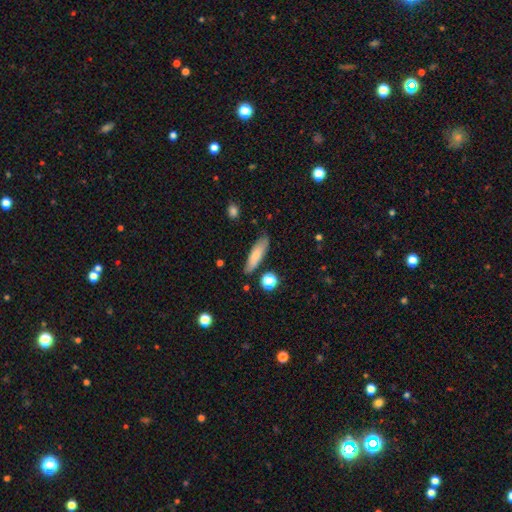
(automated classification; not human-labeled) smooth-or-featured: smooth: 78% | featured or disk: 16% | star or artifact: 7%
  how-rounded: cigar-shaped: 60% | in between: 38% | round: 2%
  merging: none: 79% | minor disturbance: 15% | merger: 3% | major disturbance: 3%